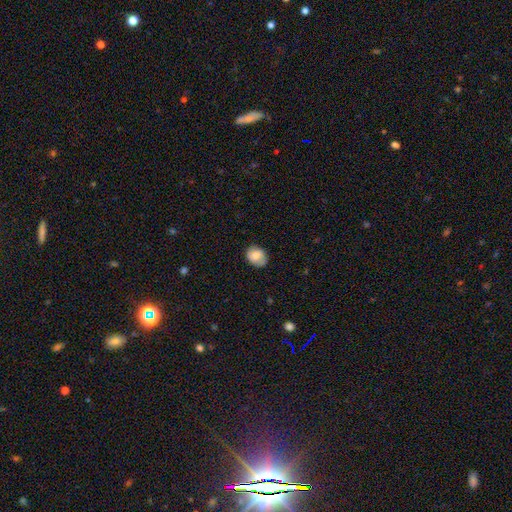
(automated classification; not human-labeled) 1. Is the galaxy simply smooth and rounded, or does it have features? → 79% smooth, 13% featured or disk, 8% star or artifact.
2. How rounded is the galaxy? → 52% in between, 47% round, 1% cigar-shaped.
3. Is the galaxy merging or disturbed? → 76% none, 19% minor disturbance, 4% major disturbance, 1% merger.